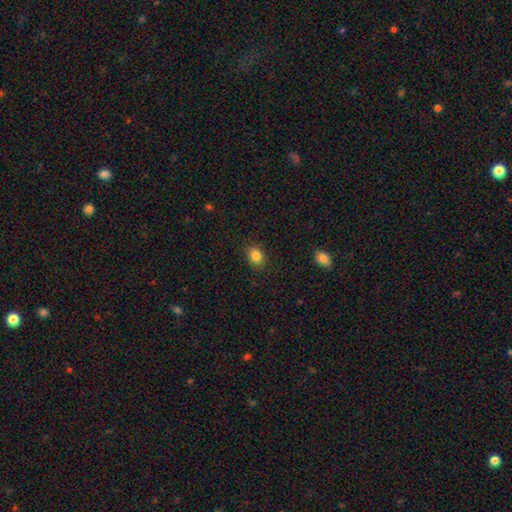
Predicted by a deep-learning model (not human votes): Smooth or featured?
  - smooth: 85% *
  - star or artifact: 9%
  - featured or disk: 5%
How rounded?
  - in between: 53% *
  - round: 46%
  - cigar-shaped: 1%
Merging?
  - none: 88% *
  - minor disturbance: 8%
  - major disturbance: 2%
  - merger: 1%